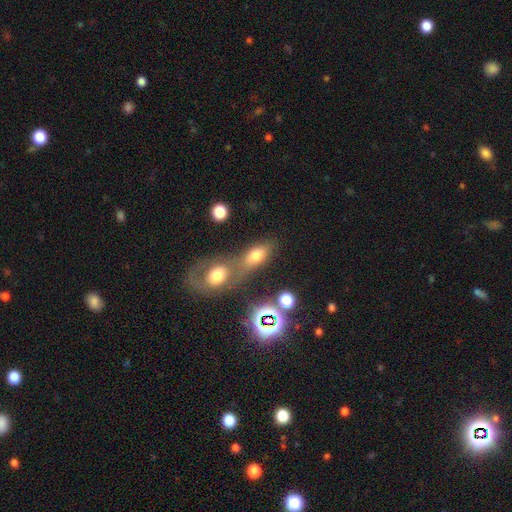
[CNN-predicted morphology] This appears to be a smooth galaxy with no disk features (69%) that is in between round and cigar-shaped (78%). Merging: merger (42%).